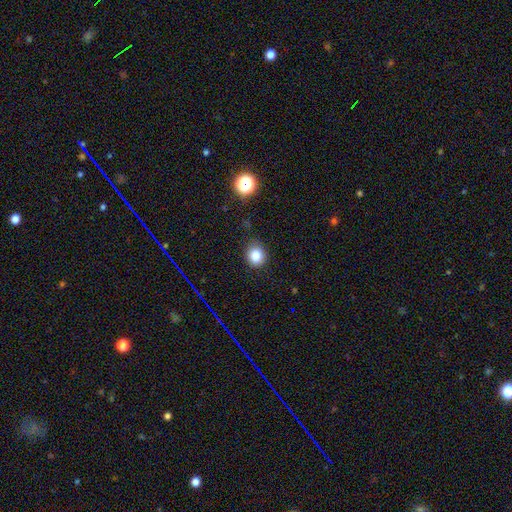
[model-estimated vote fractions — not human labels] A smooth galaxy with no disk features (81%) that is round (75%).

Vote fractions:
- Smooth or featured? smooth: 81% / star or artifact: 13% / featured or disk: 6%
- How rounded? round: 75% / in between: 24% / cigar-shaped: 1%
- Merging? none: 84% / minor disturbance: 12% / major disturbance: 3% / merger: 1%